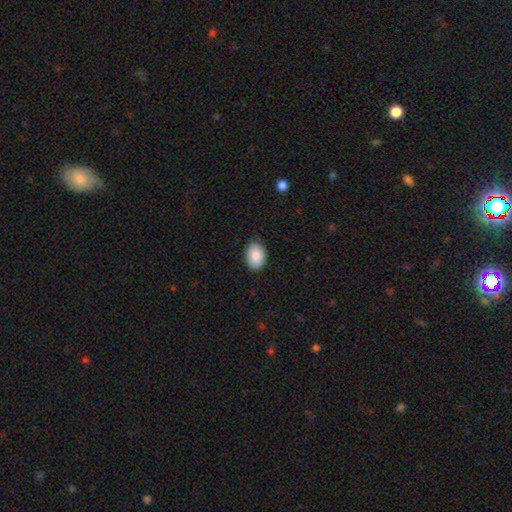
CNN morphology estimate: This appears to be a smooth galaxy with no disk features (88%) that is in between round and cigar-shaped (82%). Merging: none (83%).